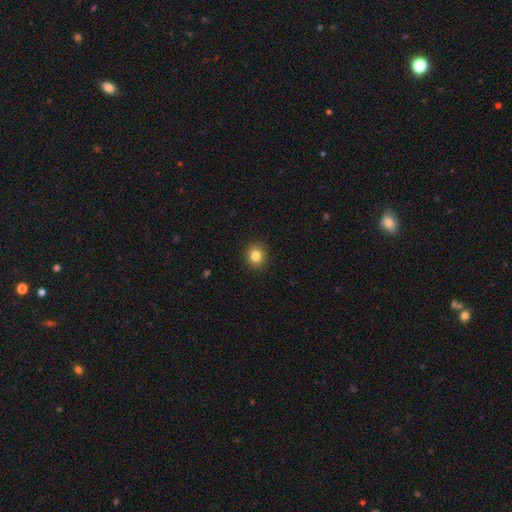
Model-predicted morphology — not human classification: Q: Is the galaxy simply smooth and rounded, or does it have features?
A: smooth — 83%.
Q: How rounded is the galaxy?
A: round — 85%.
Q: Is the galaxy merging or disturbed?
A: none — 92%.